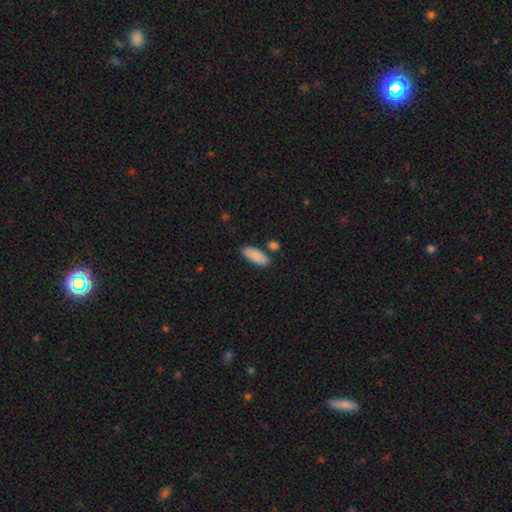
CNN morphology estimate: Q: Smooth or featured?
A: smooth (88%); runner-up: featured or disk (6%)
Q: How rounded?
A: in between (74%); runner-up: cigar-shaped (24%)
Q: Merging?
A: none (79%); runner-up: minor disturbance (11%)